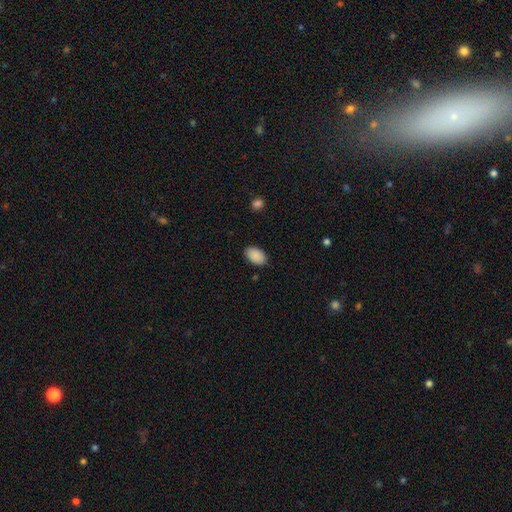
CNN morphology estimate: A smooth galaxy with no disk features (90%) that is in between round and cigar-shaped (92%).

Vote fractions:
- Smooth or featured? smooth: 90% / star or artifact: 7% / featured or disk: 3%
- How rounded? in between: 92% / round: 6% / cigar-shaped: 1%
- Merging? none: 87% / minor disturbance: 10% / major disturbance: 2% / merger: 1%